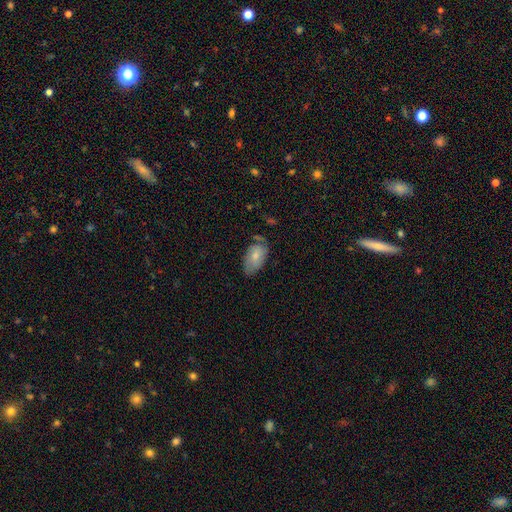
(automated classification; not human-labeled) Q: Smooth or featured?
A: smooth (68%); runner-up: featured or disk (26%)
Q: How rounded?
A: in between (93%); runner-up: round (5%)
Q: Merging?
A: none (58%); runner-up: minor disturbance (30%)